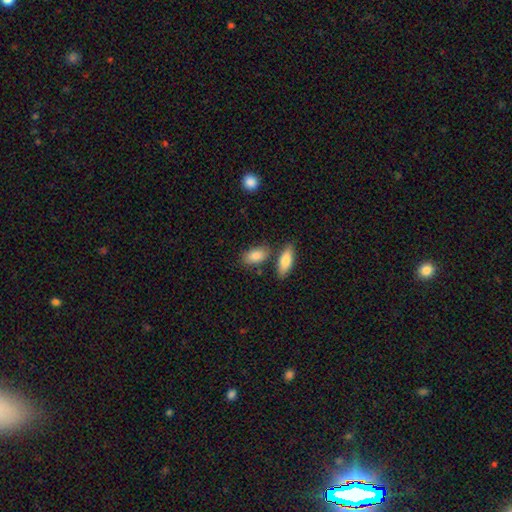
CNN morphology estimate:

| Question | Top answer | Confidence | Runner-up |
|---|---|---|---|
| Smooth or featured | smooth | 86% | featured or disk (8%) |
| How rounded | in between | 89% | round (5%) |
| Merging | none | 70% | merger (14%) |